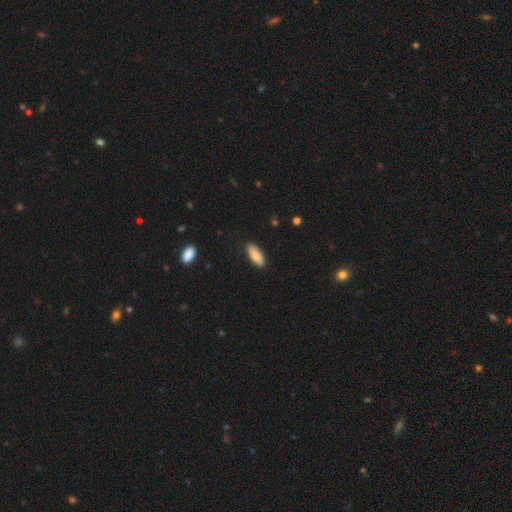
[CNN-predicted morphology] Q: Smooth or featured?
A: smooth (85%); runner-up: featured or disk (9%)
Q: How rounded?
A: in between (71%); runner-up: cigar-shaped (27%)
Q: Merging?
A: none (87%); runner-up: minor disturbance (10%)